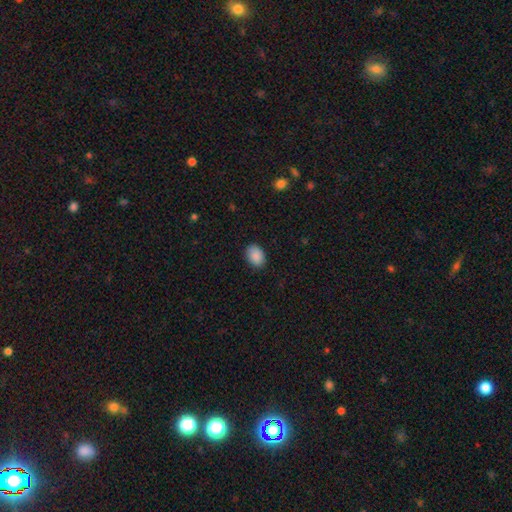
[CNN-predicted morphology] Smooth or featured: smooth — 90% (star or artifact — 7%)
How rounded: in between — 81% (round — 18%)
Merging: none — 87% (minor disturbance — 10%)